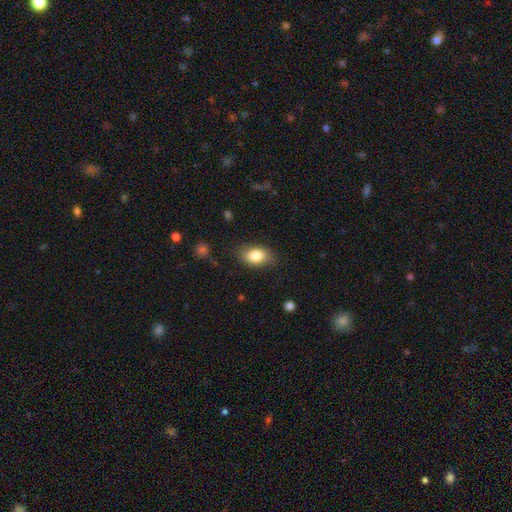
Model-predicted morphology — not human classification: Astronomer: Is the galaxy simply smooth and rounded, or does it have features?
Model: smooth — 82%.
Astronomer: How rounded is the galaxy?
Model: in between — 84%.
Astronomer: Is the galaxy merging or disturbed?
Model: none — 80%.